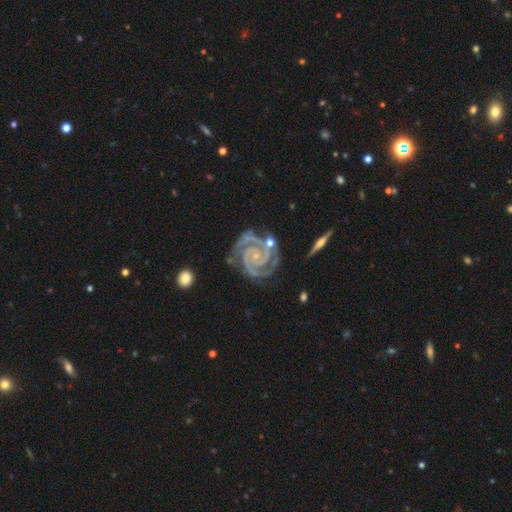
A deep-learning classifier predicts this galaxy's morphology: smooth_or_featured: featured or disk (p=0.94) [alt: star or artifact p=0.04]
disk_edge_on: no (p=0.98) [alt: yes p=0.02]
bar: no (p=0.66) [alt: weak p=0.21]
has_spiral_arms: yes (p=0.99) [alt: no p=0.01]
spiral_winding: tight (p=0.80) [alt: medium p=0.18]
spiral_arm_count: 2 (p=0.78) [alt: 3 p=0.13]
bulge_size: small (p=0.81) [alt: moderate p=0.10]
merging: none (p=0.72) [alt: minor disturbance p=0.18]